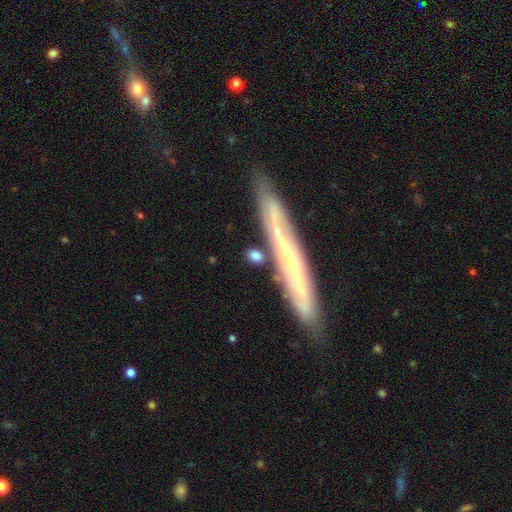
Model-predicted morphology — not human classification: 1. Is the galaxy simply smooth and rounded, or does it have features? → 67% smooth, 25% featured or disk, 8% star or artifact.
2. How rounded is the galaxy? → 45% cigar-shaped, 33% in between, 22% round.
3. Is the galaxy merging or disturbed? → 75% none, 12% minor disturbance, 9% merger, 4% major disturbance.